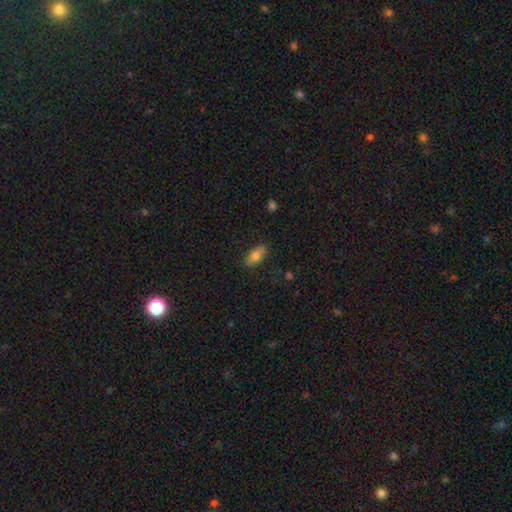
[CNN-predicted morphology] Overall: smooth (74%). How rounded: in between (89%). Merging: none (85%).